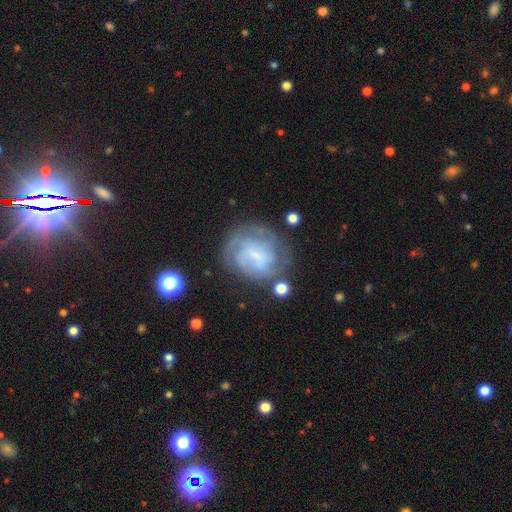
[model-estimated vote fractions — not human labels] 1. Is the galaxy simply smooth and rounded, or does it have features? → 66% featured or disk, 25% smooth, 9% star or artifact.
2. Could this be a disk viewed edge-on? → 97% no, 3% yes.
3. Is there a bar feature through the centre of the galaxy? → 48% no, 42% weak, 10% strong.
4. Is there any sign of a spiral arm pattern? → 80% yes, 20% no.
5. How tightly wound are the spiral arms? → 52% tight, 34% medium, 14% loose.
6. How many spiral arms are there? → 48% can't tell, 17% 3, 13% 2, 11% 4, 5% 1, 5% more than 4.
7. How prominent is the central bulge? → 47% small, 31% none, 17% moderate, 4% large, 1% dominant.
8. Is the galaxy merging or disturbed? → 62% none, 19% minor disturbance, 13% major disturbance, 5% merger.